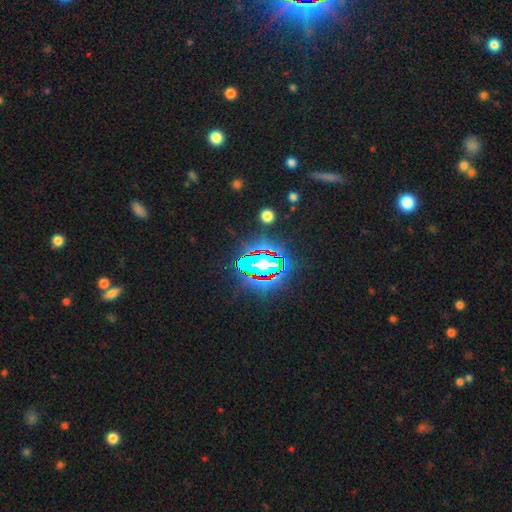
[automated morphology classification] This is likely a star or artifact rather than a galaxy (73%).